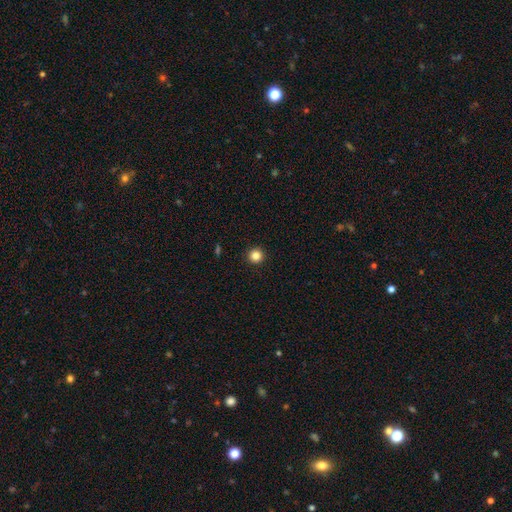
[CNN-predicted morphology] This appears to be a smooth galaxy with no disk features (84%) that is round (96%). Merging: none (94%).